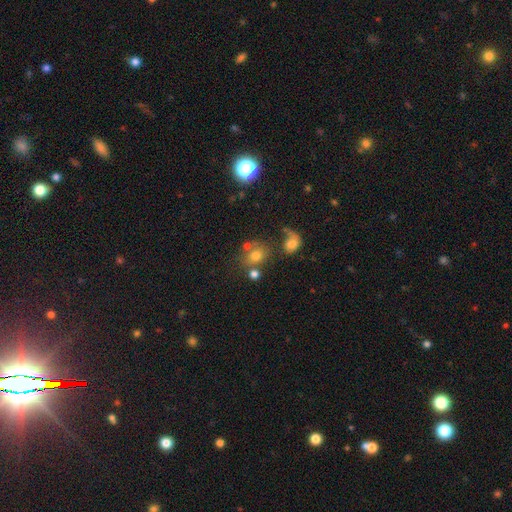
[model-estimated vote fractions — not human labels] smooth_or_featured: smooth (p=0.67) [alt: featured or disk p=0.17]
how_rounded: round (p=0.60) [alt: in between p=0.38]
merging: none (p=0.49) [alt: merger p=0.26]